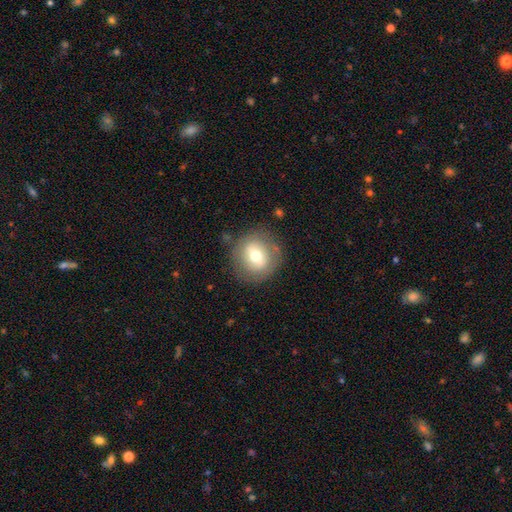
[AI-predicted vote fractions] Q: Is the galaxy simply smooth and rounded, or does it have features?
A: smooth — 62%.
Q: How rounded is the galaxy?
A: round — 89%.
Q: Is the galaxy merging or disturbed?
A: none — 82%.